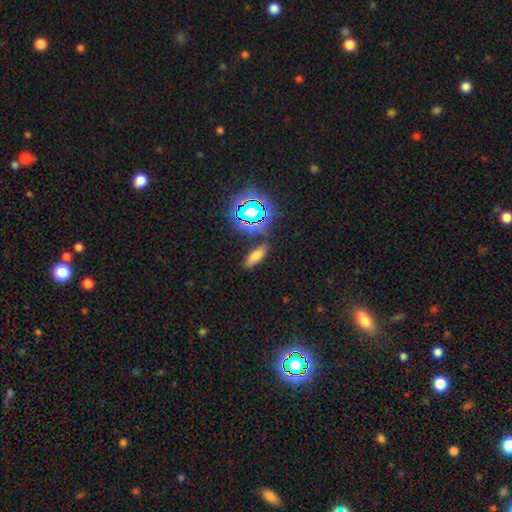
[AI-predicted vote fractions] A smooth galaxy with no disk features (68%) that is in between round and cigar-shaped (65%). Merging: none (82%).